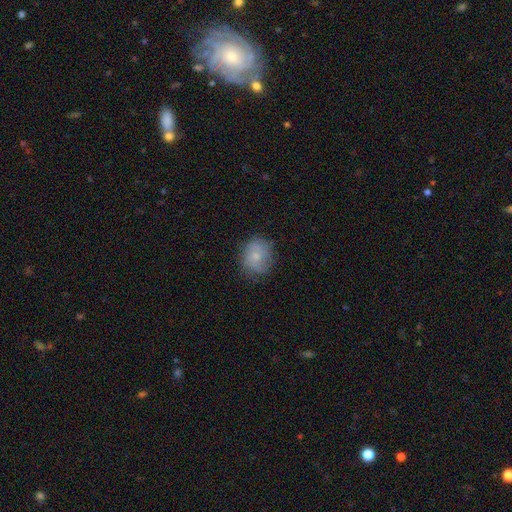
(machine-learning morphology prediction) A smooth galaxy with no disk features (60%) that is round (70%). Merging: none (71%).